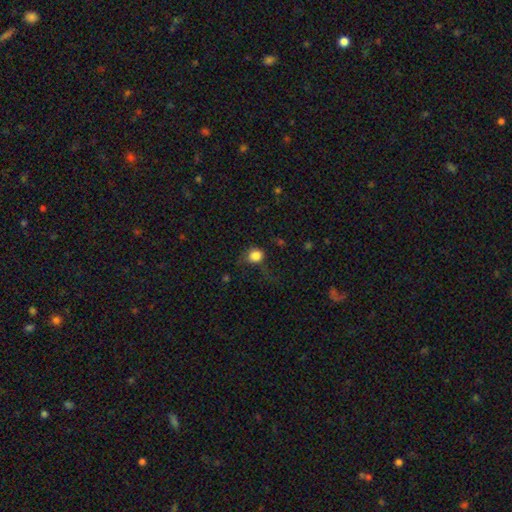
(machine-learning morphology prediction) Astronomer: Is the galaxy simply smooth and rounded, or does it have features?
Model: smooth — 82%.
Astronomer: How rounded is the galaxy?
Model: round — 79%.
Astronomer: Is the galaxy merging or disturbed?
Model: none — 49% (runner-up: minor disturbance, 25%).